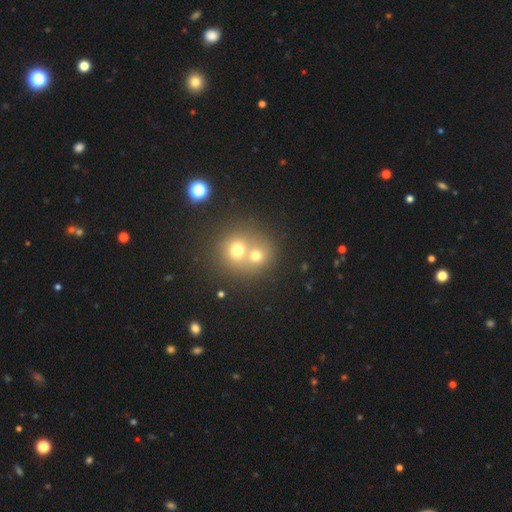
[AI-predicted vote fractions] Q: Smooth or featured?
A: smooth (68%); runner-up: featured or disk (18%)
Q: How rounded?
A: round (79%); runner-up: in between (20%)
Q: Merging?
A: merger (63%); runner-up: none (30%)